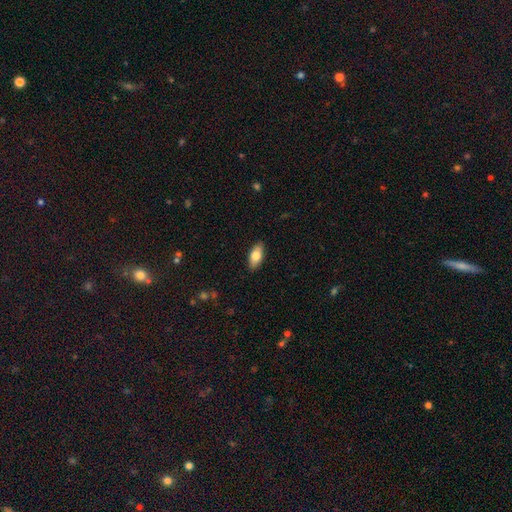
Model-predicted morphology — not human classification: The model was most divided on "smooth or featured": smooth: 77%, featured or disk: 17%, star or artifact: 6%. More confident: merging — none (89%); how rounded — in between (88%).